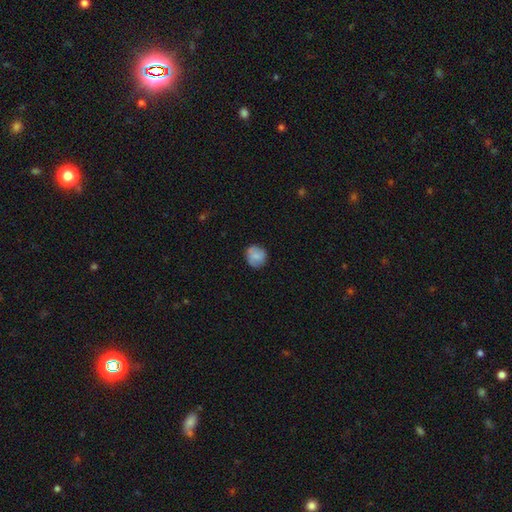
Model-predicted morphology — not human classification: Smooth or featured?
  - smooth: 79% *
  - featured or disk: 13%
  - star or artifact: 7%
How rounded?
  - round: 88% *
  - in between: 11%
  - cigar-shaped: 1%
Merging?
  - none: 83% *
  - minor disturbance: 13%
  - major disturbance: 3%
  - merger: 1%